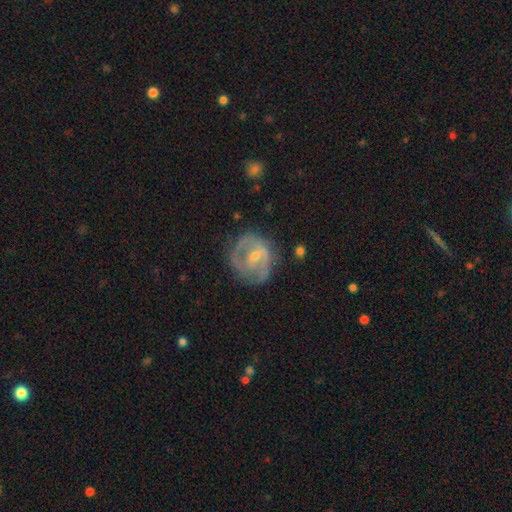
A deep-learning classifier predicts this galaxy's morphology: Smooth or featured? featured or disk (75%)
Edge-on disk? no (97%)
Bar? weak (46%)
Spiral arms? yes (71%)
Spiral winding? tight (47%)
Spiral arm count? 2 (51%)
Bulge size? small (54%)
Merging? none (65%)